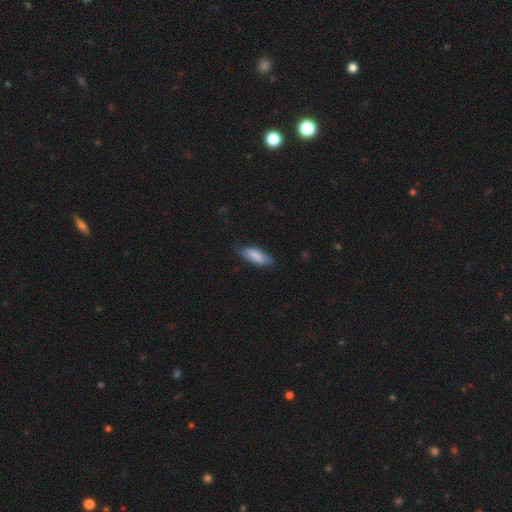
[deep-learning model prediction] Smooth or featured? Predicted: smooth (p=0.82). How rounded? Predicted: in between (p=0.72). Merging? Predicted: none (p=0.70).